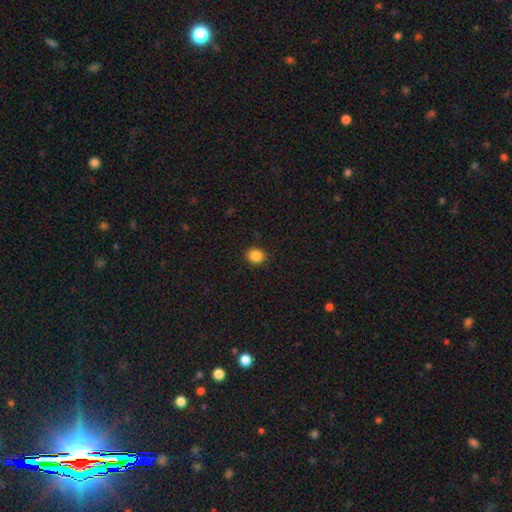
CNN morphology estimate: A smooth galaxy with no disk features (86%) that is round (76%).

Vote fractions:
- Smooth or featured? smooth: 86% / star or artifact: 10% / featured or disk: 3%
- How rounded? round: 76% / in between: 23% / cigar-shaped: 1%
- Merging? none: 90% / minor disturbance: 7% / major disturbance: 2% / merger: 1%